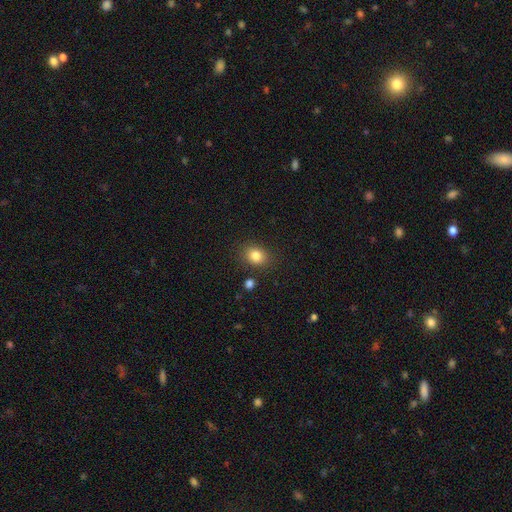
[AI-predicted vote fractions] smooth-or-featured: smooth: 82% | star or artifact: 11% | featured or disk: 7%
  how-rounded: round: 51% | in between: 48% | cigar-shaped: 1%
  merging: none: 83% | minor disturbance: 10% | merger: 4% | major disturbance: 3%